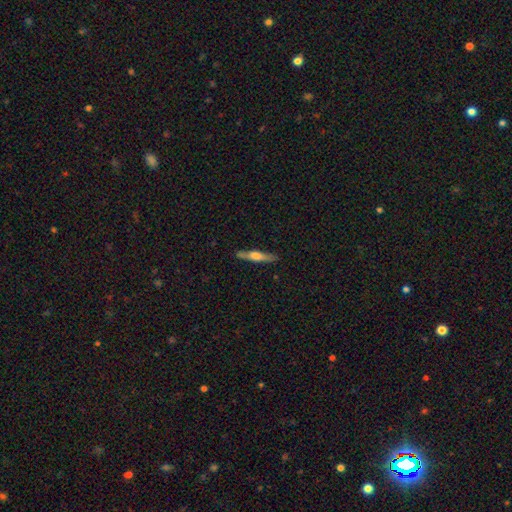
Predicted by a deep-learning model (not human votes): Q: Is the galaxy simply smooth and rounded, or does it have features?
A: featured or disk — 53%.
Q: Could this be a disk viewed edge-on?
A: yes — 95%.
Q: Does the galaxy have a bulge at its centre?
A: rounded — 80%.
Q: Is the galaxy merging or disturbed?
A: none — 86%.